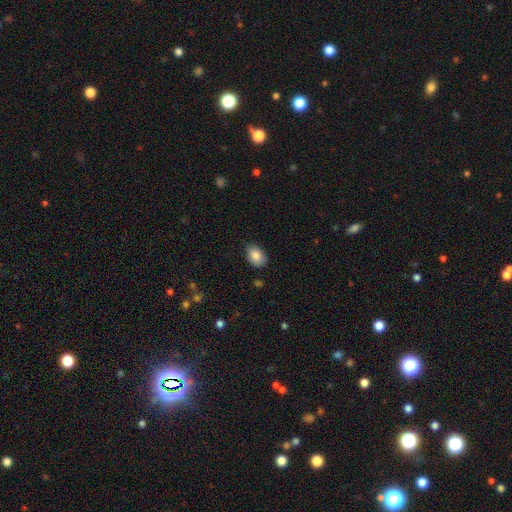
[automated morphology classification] smooth 85%, star or artifact 8%, featured or disk 7%. Down the decision tree: how rounded — in between (82%); merging — none (77%).